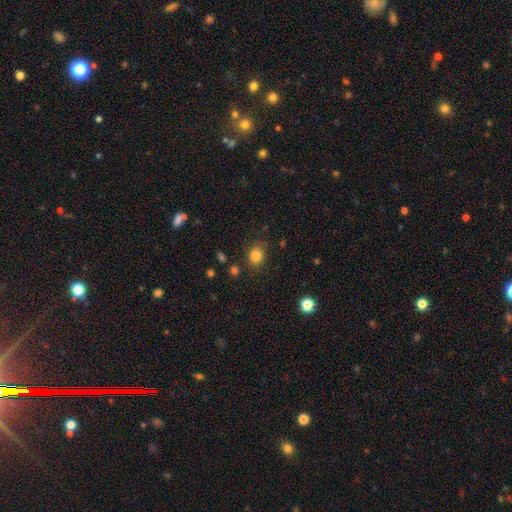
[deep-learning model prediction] Morphology: type=smooth (82%); roundness=round (66%); merging=none (80%).